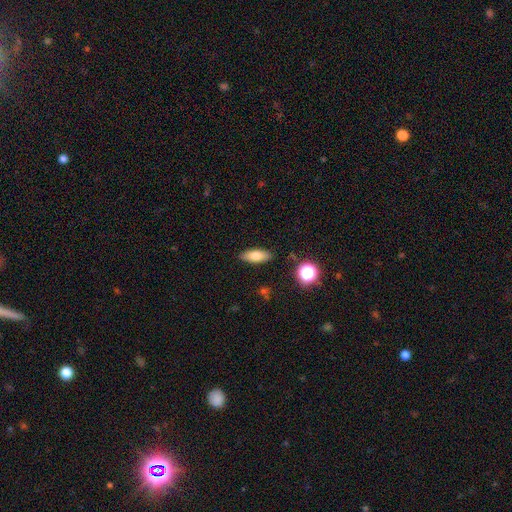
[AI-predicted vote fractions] Smooth or featured? Predicted: smooth (p=0.76). How rounded? Predicted: in between (p=0.71). Merging? Predicted: none (p=0.87).